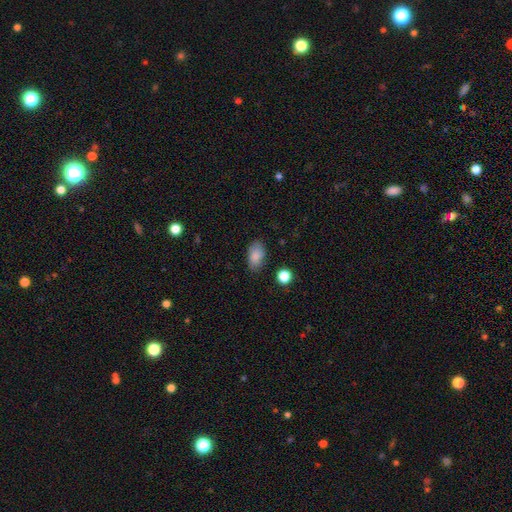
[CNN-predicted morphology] The model was most divided on "merging": none: 78%, minor disturbance: 17%, major disturbance: 4%, merger: 2%. More confident: how rounded — in between (91%); smooth or featured — smooth (85%).